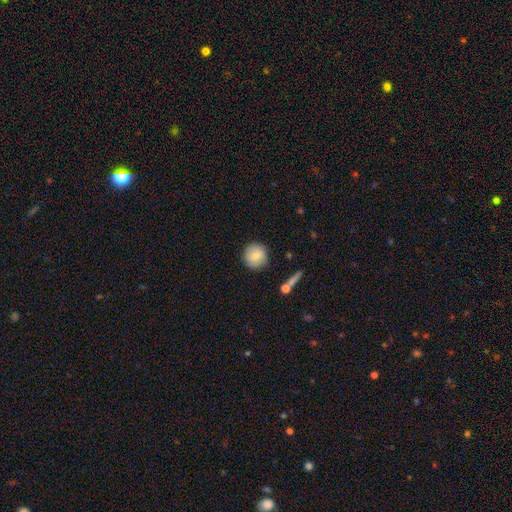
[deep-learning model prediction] Smooth or featured: smooth — 76% (featured or disk — 16%)
How rounded: round — 94% (in between — 5%)
Merging: none — 86% (minor disturbance — 9%)